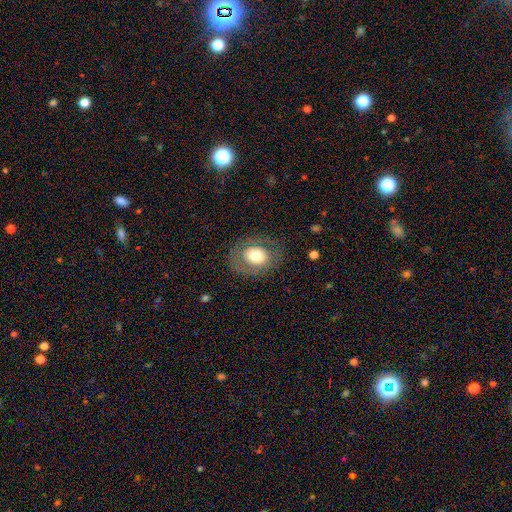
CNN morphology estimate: A smooth galaxy with no disk features (58%) that is in between round and cigar-shaped (52%).

Vote fractions:
- Smooth or featured? smooth: 58% / featured or disk: 34% / star or artifact: 8%
- How rounded? in between: 52% / round: 47% / cigar-shaped: 1%
- Merging? none: 78% / minor disturbance: 13% / major disturbance: 8% / merger: 1%